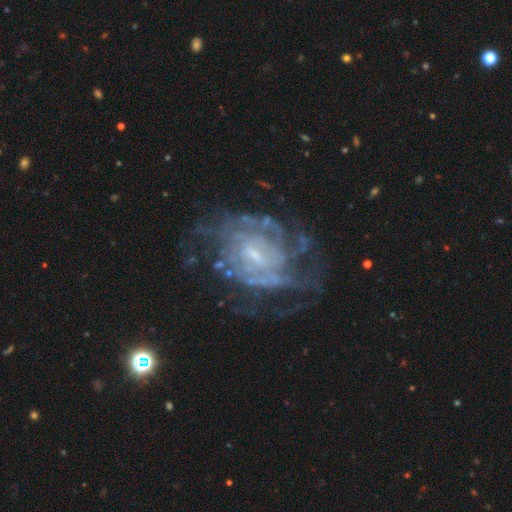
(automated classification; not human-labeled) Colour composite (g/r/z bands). It shows a featured or disk galaxy (86%) with a weak bar (56%), tight (55%) spiral arms (88%) and a small central bulge (61%). Merging: none (59%).